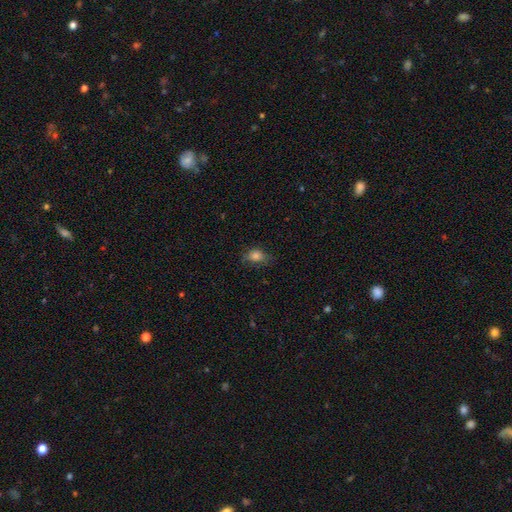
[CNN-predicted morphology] This appears to be a smooth galaxy with no disk features (82%) that is in between round and cigar-shaped (65%). Merging: none (65%).